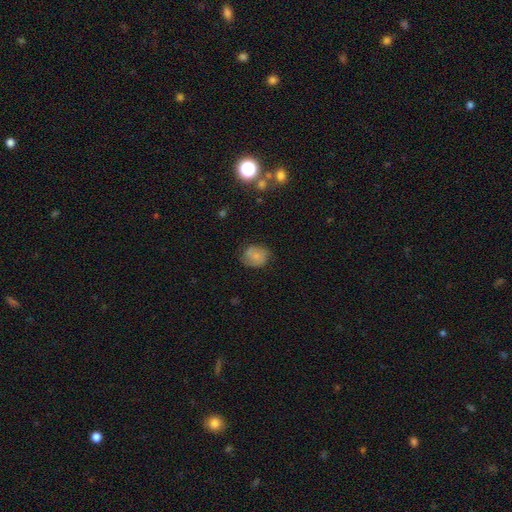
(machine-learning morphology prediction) Q: Smooth or featured?
A: smooth (60%); runner-up: featured or disk (31%)
Q: How rounded?
A: round (63%); runner-up: in between (36%)
Q: Merging?
A: none (71%); runner-up: minor disturbance (22%)